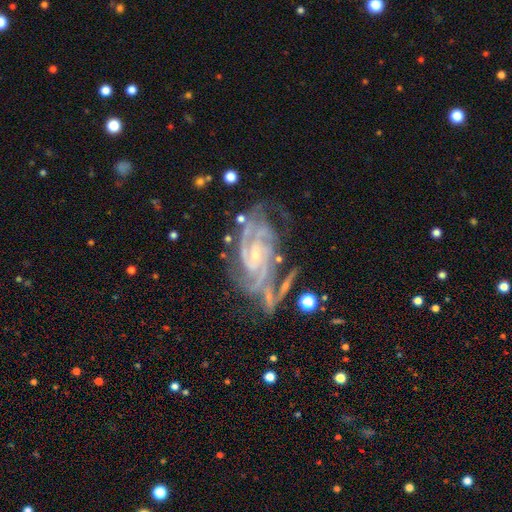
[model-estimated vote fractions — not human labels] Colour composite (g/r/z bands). It shows a featured or disk galaxy (91%) with no bar (44%), 2 (35%) tight (63%) spiral arms (99%) and a small central bulge (77%). Merging: none (61%).